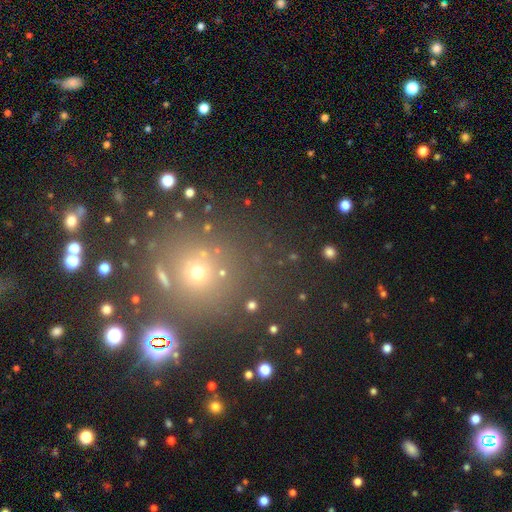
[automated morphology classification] Q: Smooth or featured?
A: star or artifact (47%); runner-up: smooth (41%)